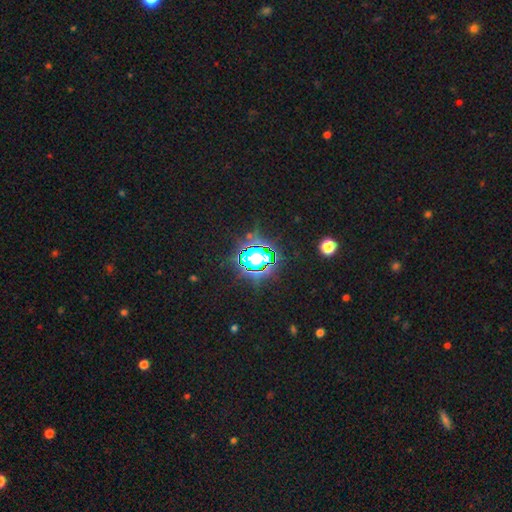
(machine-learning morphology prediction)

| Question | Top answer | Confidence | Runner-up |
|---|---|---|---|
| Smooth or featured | star or artifact | 81% | smooth (12%) |